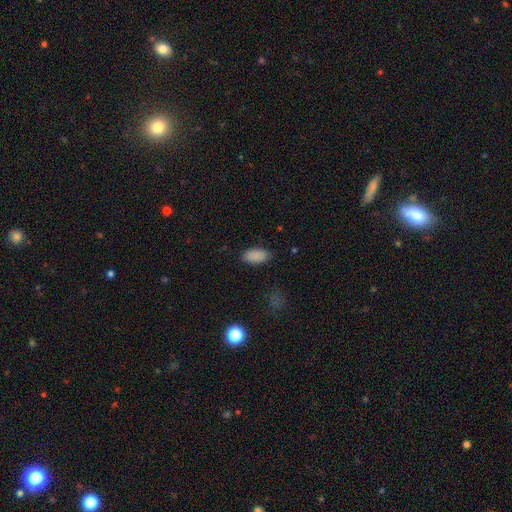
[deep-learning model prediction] Smooth or featured?
  - smooth: 88% *
  - star or artifact: 8%
  - featured or disk: 4%
How rounded?
  - in between: 94% *
  - round: 3%
  - cigar-shaped: 3%
Merging?
  - none: 83% *
  - minor disturbance: 13%
  - major disturbance: 3%
  - merger: 1%